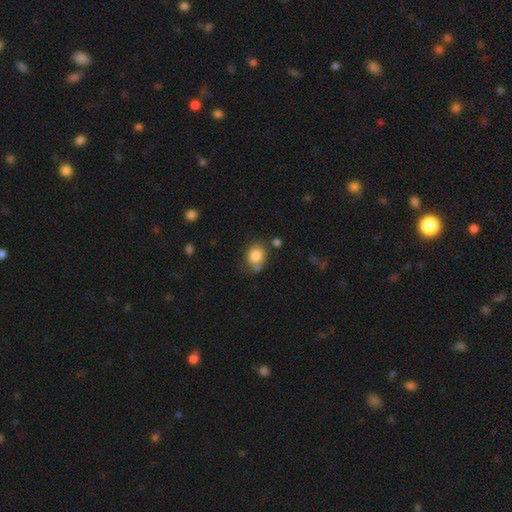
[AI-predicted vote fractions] Smooth or featured? Predicted: smooth (p=0.83). How rounded? Predicted: round (p=0.61). Merging? Predicted: none (p=0.63).